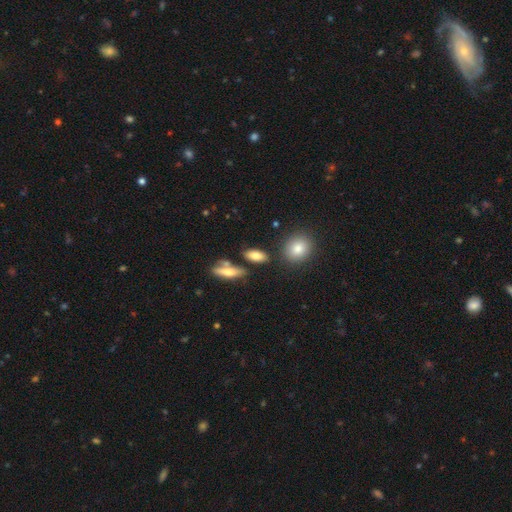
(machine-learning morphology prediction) This is likely a smooth galaxy (78%). How rounded: clearly in between (82%). Merging: likely none (76%).